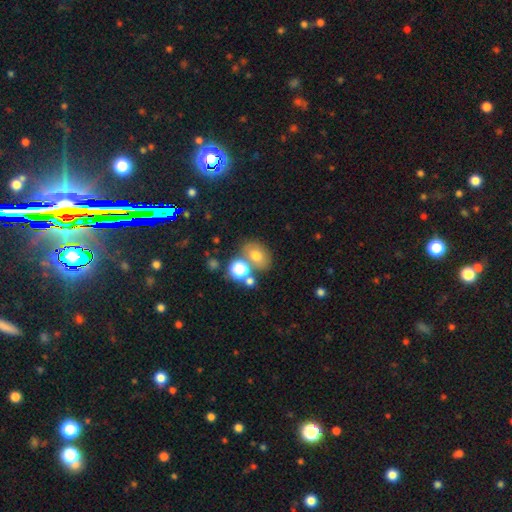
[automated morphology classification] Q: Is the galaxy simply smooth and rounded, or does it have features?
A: smooth — 69%.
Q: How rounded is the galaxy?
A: in between — 57%.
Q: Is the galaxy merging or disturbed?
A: none — 61%.